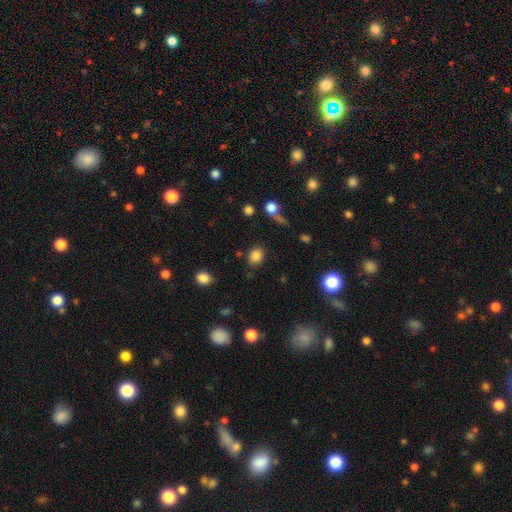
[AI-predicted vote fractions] Q: Smooth or featured?
A: smooth (84%); runner-up: star or artifact (10%)
Q: How rounded?
A: round (53%); runner-up: in between (46%)
Q: Merging?
A: none (83%); runner-up: minor disturbance (10%)